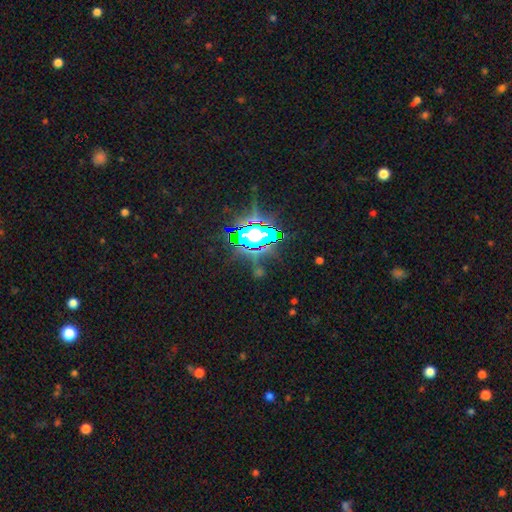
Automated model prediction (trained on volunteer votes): This is clearly a star or artifact rather than a galaxy (84%).